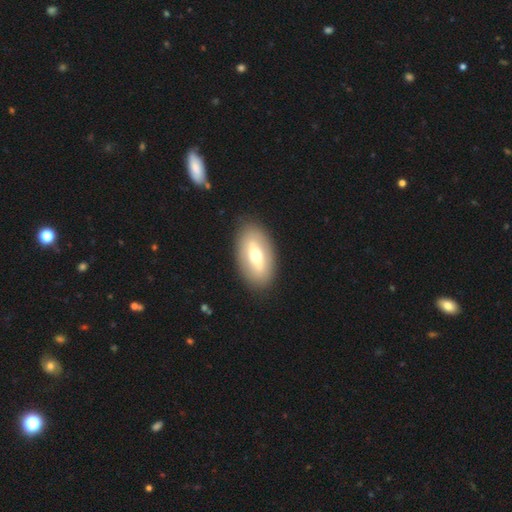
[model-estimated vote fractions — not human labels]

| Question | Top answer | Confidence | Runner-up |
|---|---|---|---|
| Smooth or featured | smooth | 50% | featured or disk (44%) |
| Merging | none | 88% | minor disturbance (8%) |